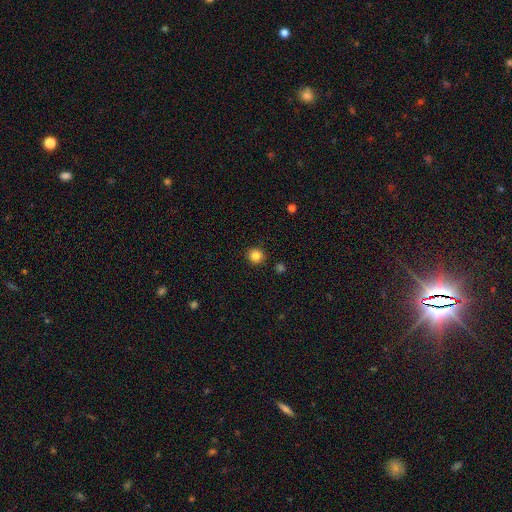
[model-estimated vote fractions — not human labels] Smooth or featured: smooth — 84% (star or artifact — 11%)
How rounded: round — 92% (in between — 7%)
Merging: none — 91% (minor disturbance — 6%)